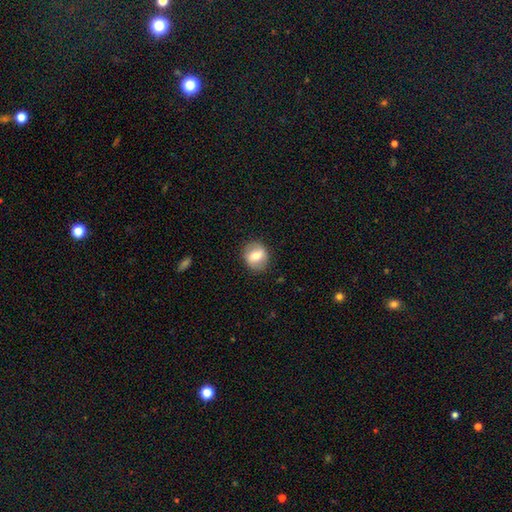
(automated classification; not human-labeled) Smooth or featured? Predicted: smooth (p=0.62). How rounded? Predicted: round (p=0.72). Merging? Predicted: none (p=0.86).